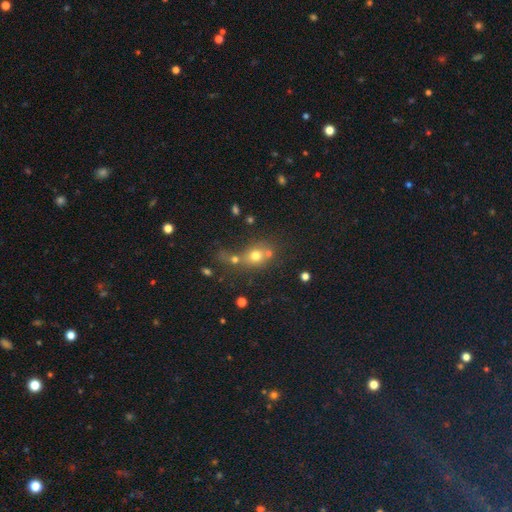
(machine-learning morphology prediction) This appears to be a smooth galaxy with no disk features (68%) that is round (69%). Merging: none (47%).